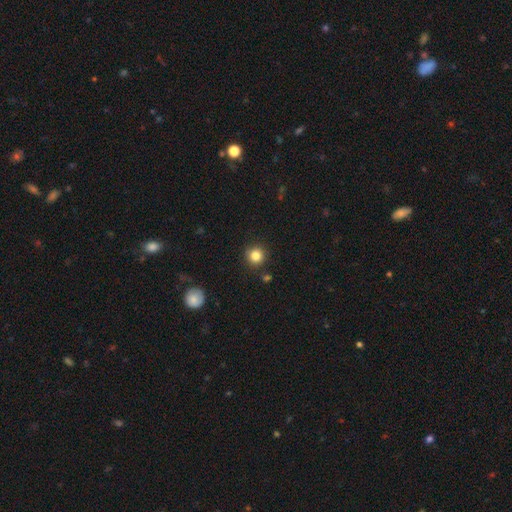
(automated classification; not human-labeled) Smooth or featured: smooth — 83% (star or artifact — 12%)
How rounded: round — 94% (in between — 5%)
Merging: none — 89% (minor disturbance — 6%)